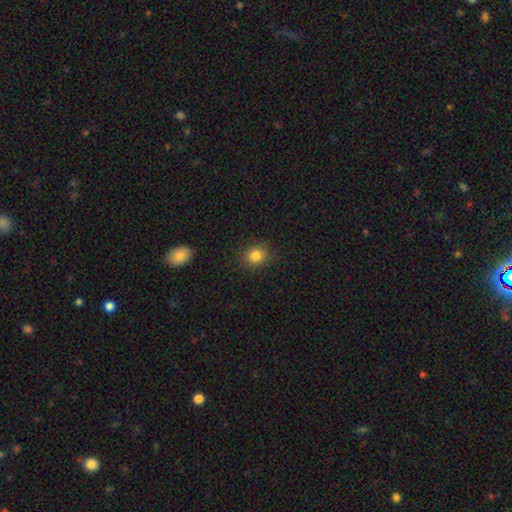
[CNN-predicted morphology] This appears to be a smooth galaxy with no disk features (84%) that is round (72%). Merging: none (88%).